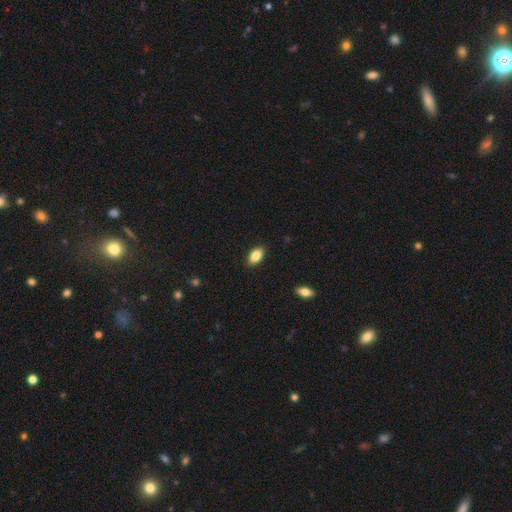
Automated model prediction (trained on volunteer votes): Morphology: type=smooth (86%); roundness=in between (92%); merging=none (88%).